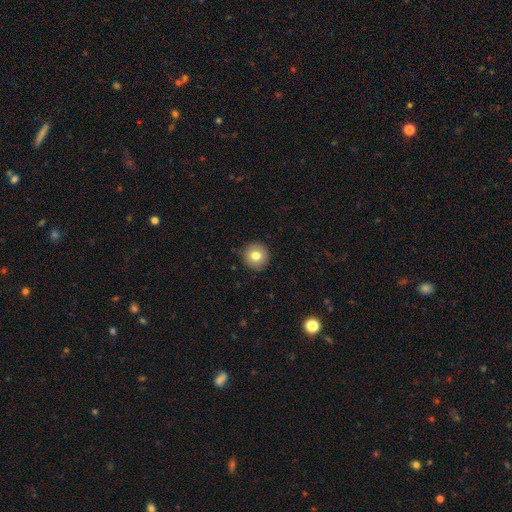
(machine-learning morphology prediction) Overall: smooth (79%). How rounded: round (95%). Merging: none (90%).